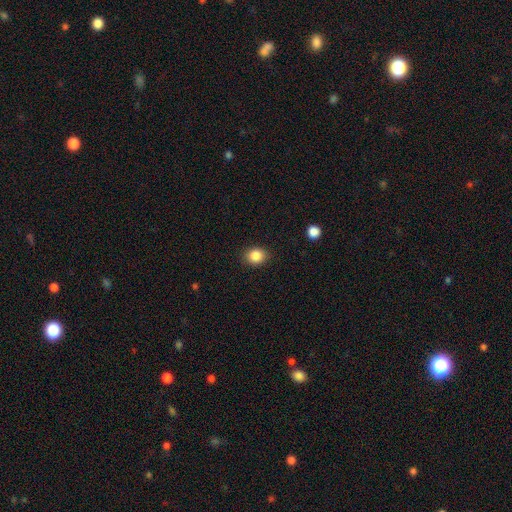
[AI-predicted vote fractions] smooth-or-featured: smooth: 86% | star or artifact: 10% | featured or disk: 4%
  how-rounded: round: 66% | in between: 33% | cigar-shaped: 1%
  merging: none: 89% | minor disturbance: 8% | major disturbance: 2% | merger: 1%